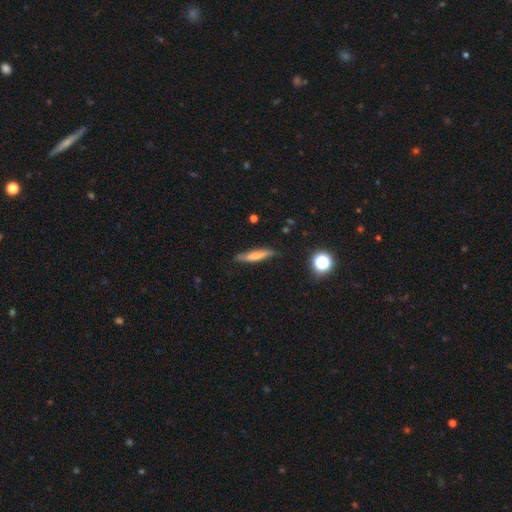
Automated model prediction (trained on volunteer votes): Q: Smooth or featured?
A: smooth (63%); runner-up: featured or disk (28%)
Q: How rounded?
A: cigar-shaped (86%); runner-up: in between (12%)
Q: Merging?
A: none (80%); runner-up: minor disturbance (15%)